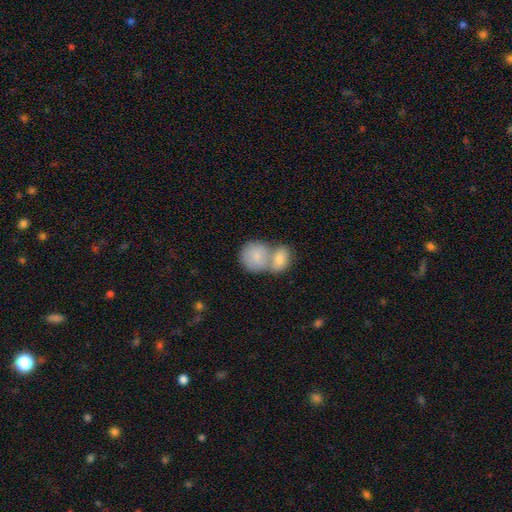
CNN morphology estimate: smooth-or-featured: smooth: 81% | featured or disk: 13% | star or artifact: 6%
  how-rounded: round: 71% | in between: 28% | cigar-shaped: 1%
  merging: merger: 67% | none: 23% | minor disturbance: 7% | major disturbance: 3%